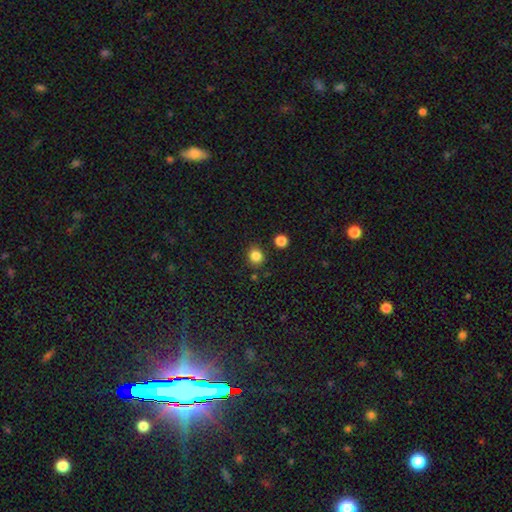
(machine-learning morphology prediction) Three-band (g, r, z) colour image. It shows a smooth galaxy with no disk features (84%) that is round (82%). Merging: none (85%).